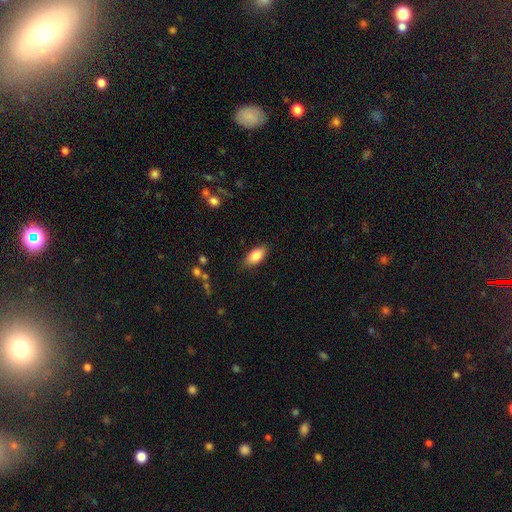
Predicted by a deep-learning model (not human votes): smooth_or_featured: smooth (p=0.83) [alt: featured or disk p=0.10]
how_rounded: in between (p=0.89) [alt: cigar-shaped p=0.08]
merging: none (p=0.85) [alt: minor disturbance p=0.12]